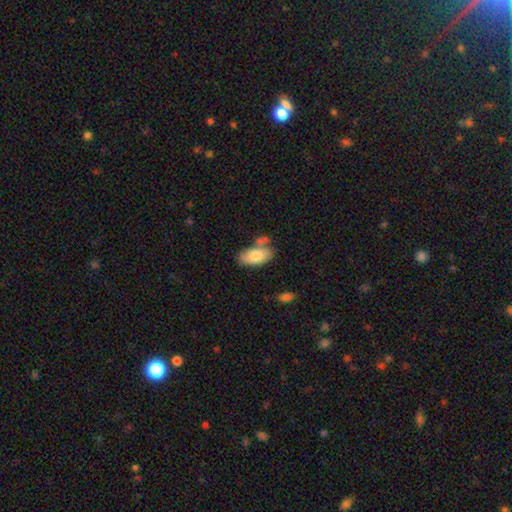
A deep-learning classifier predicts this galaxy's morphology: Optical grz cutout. It shows a smooth galaxy with no disk features (81%) that is in between round and cigar-shaped (93%). Merging: none (61%).